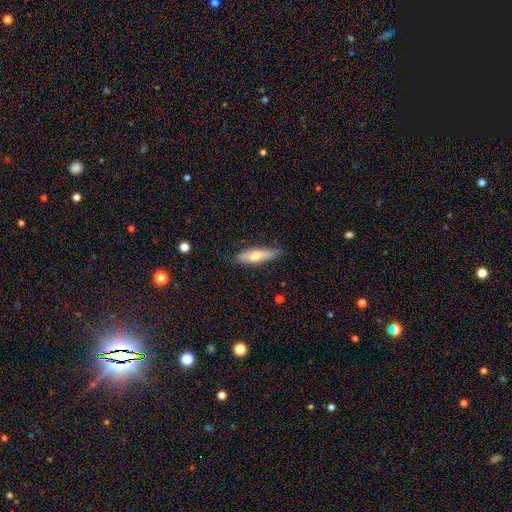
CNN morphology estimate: Q: Smooth or featured?
A: smooth (64%); runner-up: featured or disk (30%)
Q: How rounded?
A: cigar-shaped (56%); runner-up: in between (43%)
Q: Merging?
A: none (76%); runner-up: minor disturbance (19%)